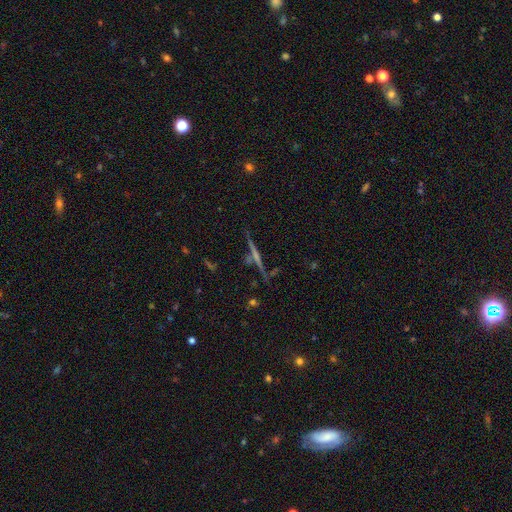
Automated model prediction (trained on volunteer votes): Q: Smooth or featured?
A: featured or disk (67%); runner-up: smooth (21%)
Q: Edge-on disk?
A: yes (97%); runner-up: no (3%)
Q: Edge-on bulge?
A: none (49%); runner-up: rounded (37%)
Q: Merging?
A: none (83%); runner-up: minor disturbance (9%)